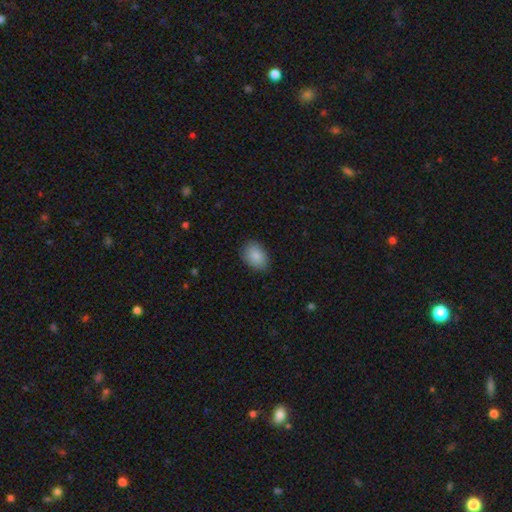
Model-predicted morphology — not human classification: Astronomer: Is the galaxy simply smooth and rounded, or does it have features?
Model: smooth — 87%.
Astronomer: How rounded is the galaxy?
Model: in between — 78%.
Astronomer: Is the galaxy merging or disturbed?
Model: none — 84%.